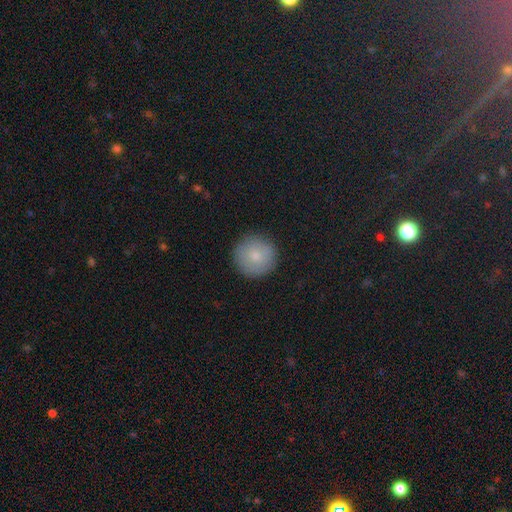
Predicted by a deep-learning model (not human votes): A smooth galaxy with no disk features (80%) that is round (96%). Merging: none (90%).